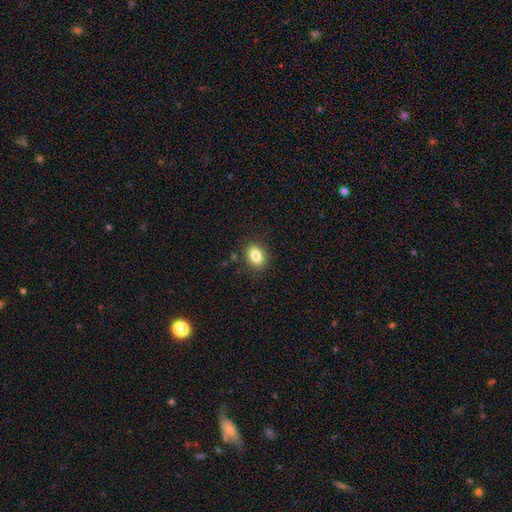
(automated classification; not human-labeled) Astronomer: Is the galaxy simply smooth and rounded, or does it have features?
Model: smooth — 83%.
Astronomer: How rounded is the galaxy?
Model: in between — 66%.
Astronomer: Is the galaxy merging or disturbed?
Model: none — 86%.